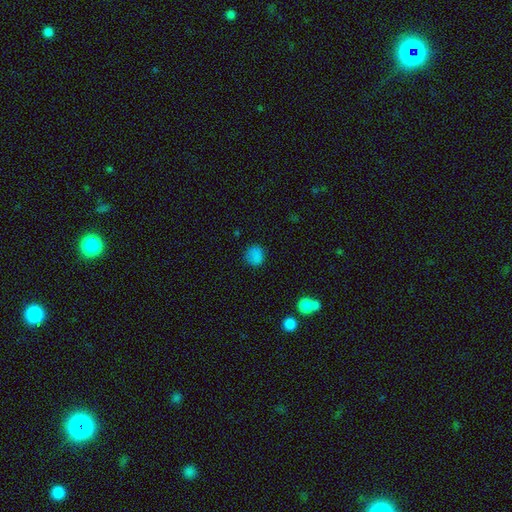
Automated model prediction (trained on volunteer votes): Overall: smooth (81%). How rounded: round (84%). Merging: none (84%).